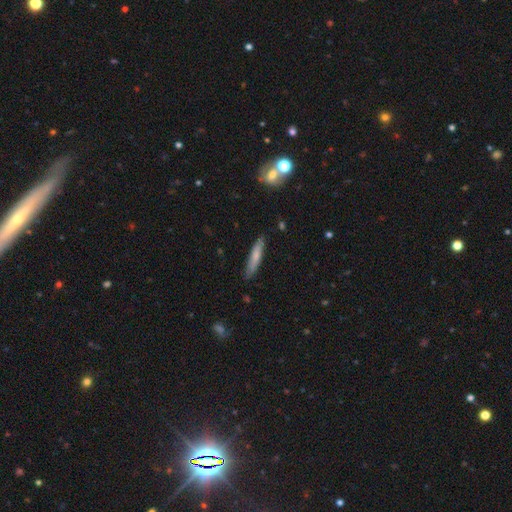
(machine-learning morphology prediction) The model was most divided on "smooth or featured": smooth: 68%, featured or disk: 26%, star or artifact: 6%. More confident: how rounded — cigar-shaped (89%); merging — none (83%).